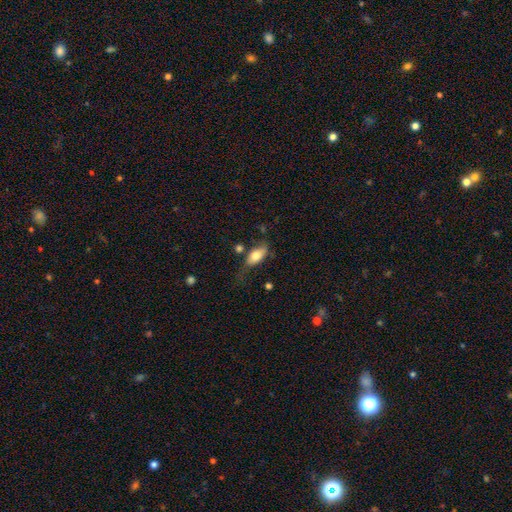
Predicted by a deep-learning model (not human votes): Smooth or featured? Predicted: smooth (p=0.72). How rounded? Predicted: in between (p=0.86). Merging? Predicted: none (p=0.54).